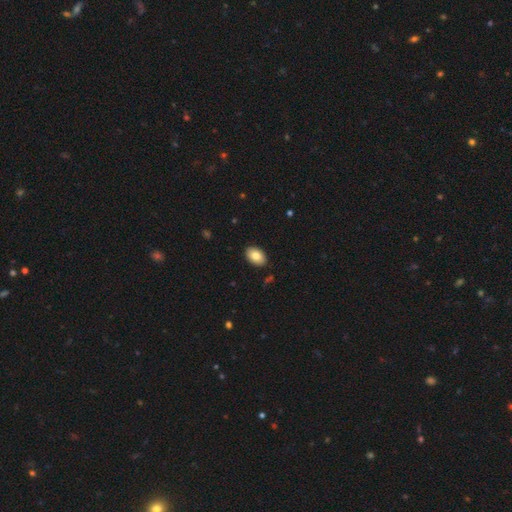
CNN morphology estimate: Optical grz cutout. It shows a smooth galaxy with no disk features (83%) that is in between round and cigar-shaped (92%). Merging: none (89%).